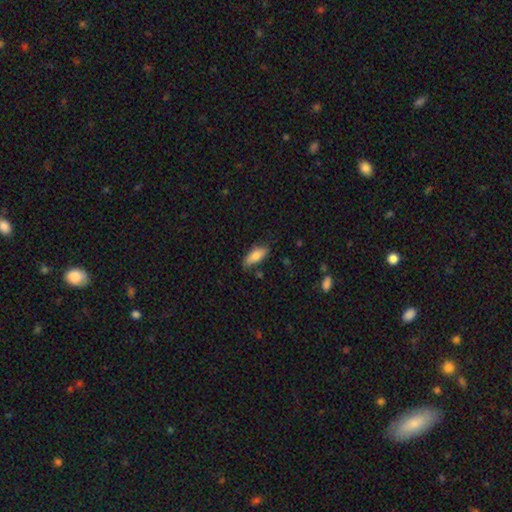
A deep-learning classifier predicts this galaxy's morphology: A smooth galaxy with no disk features (77%) that is in between round and cigar-shaped (74%). Merging: none (69%).